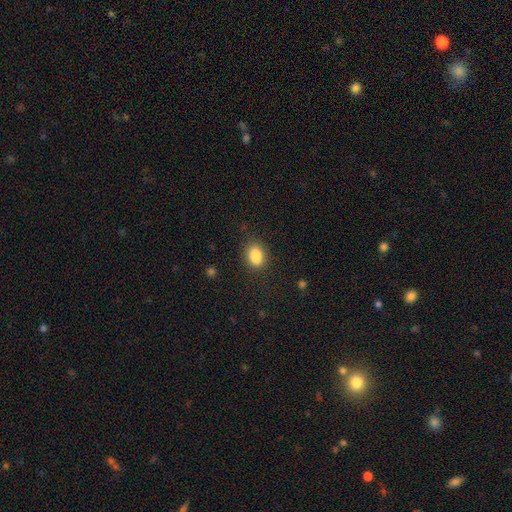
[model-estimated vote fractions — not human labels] Smooth or featured? Predicted: smooth (p=0.87). How rounded? Predicted: in between (p=0.76). Merging? Predicted: none (p=0.82).